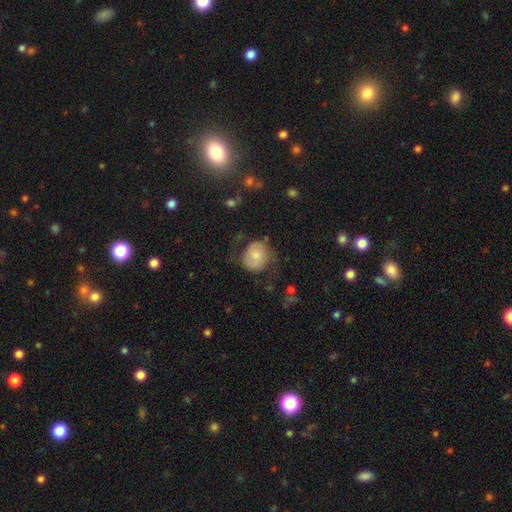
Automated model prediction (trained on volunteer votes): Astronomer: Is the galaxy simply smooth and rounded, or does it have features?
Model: smooth — 61%.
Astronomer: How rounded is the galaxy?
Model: round — 71%.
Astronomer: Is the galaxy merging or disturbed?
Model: none — 50% (runner-up: minor disturbance, 28%).